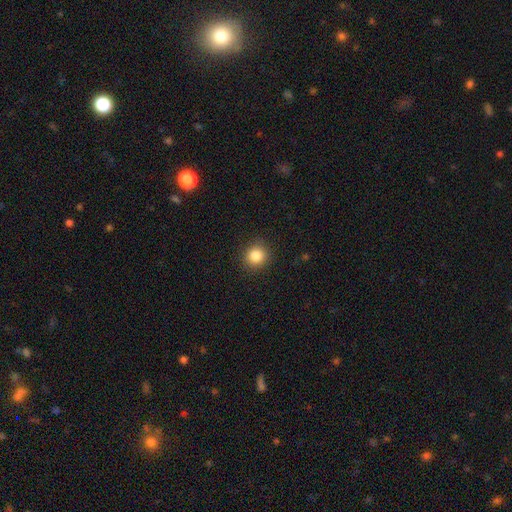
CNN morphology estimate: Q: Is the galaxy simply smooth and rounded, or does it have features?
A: smooth — 85%.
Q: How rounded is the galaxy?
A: round — 89%.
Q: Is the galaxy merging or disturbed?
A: none — 90%.